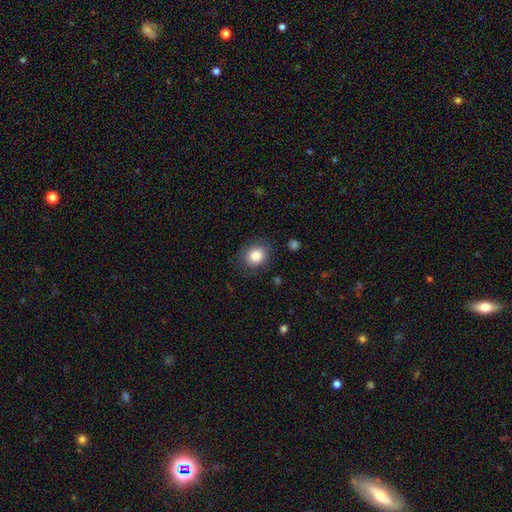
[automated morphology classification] Smooth or featured? Predicted: smooth (p=0.83). How rounded? Predicted: round (p=0.76). Merging? Predicted: none (p=0.85).